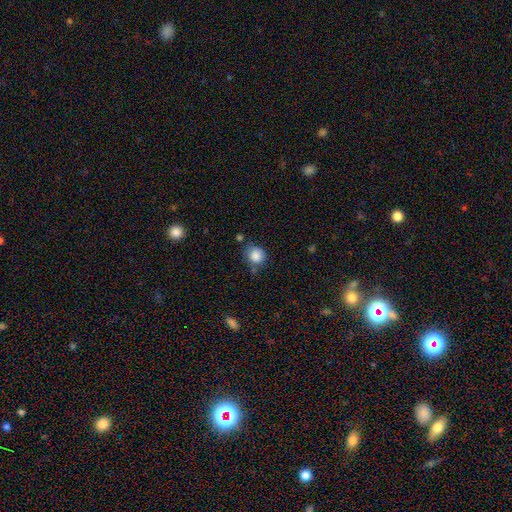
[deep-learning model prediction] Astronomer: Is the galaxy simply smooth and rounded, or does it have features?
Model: smooth — 86%.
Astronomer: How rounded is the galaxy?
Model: round — 83%.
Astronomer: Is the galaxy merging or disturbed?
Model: none — 66%.